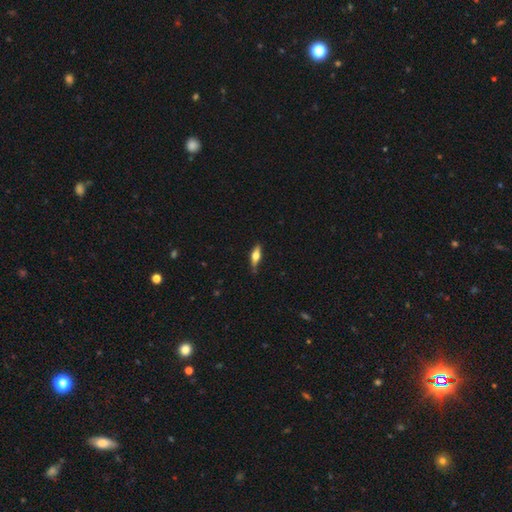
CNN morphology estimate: This appears to be a smooth galaxy with no disk features (48%). Merging: none (78%).